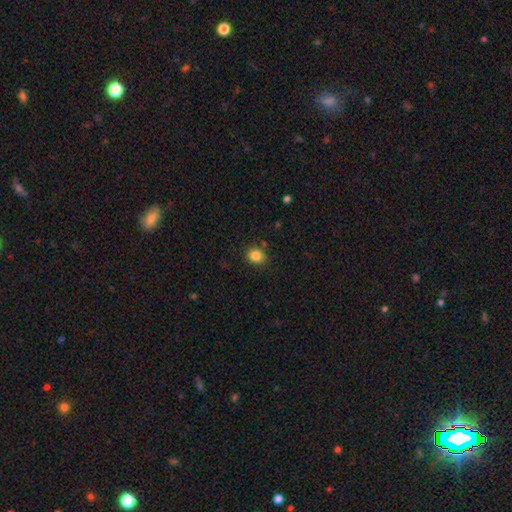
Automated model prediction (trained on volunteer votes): Overall: smooth (84%). How rounded: round (72%). Merging: none (84%).